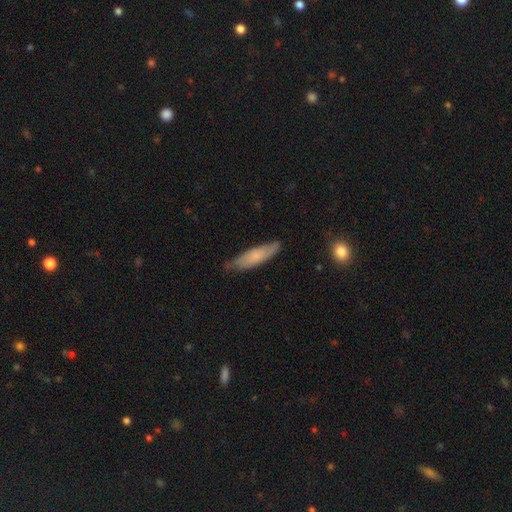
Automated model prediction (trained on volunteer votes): A smooth galaxy with no disk features (69%) that is cigar-shaped (66%). Merging: none (69%).